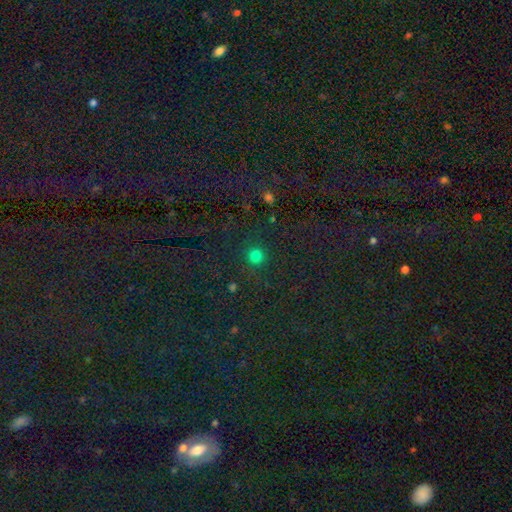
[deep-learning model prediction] smooth-or-featured: smooth: 75% | star or artifact: 20% | featured or disk: 5%
  how-rounded: round: 93% | in between: 6% | cigar-shaped: 1%
  merging: none: 86% | minor disturbance: 8% | major disturbance: 4% | merger: 2%